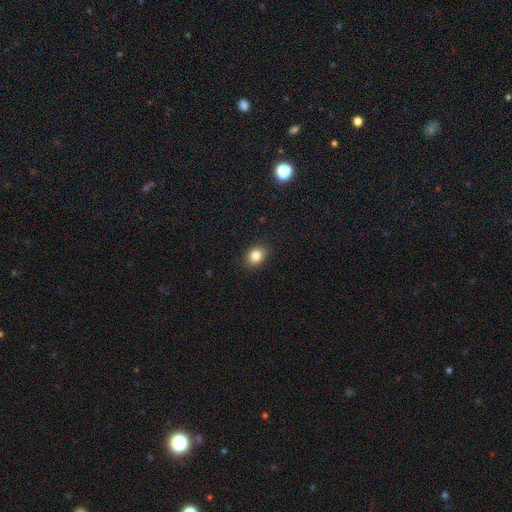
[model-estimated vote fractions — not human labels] Smooth or featured?
  - smooth: 84% *
  - star or artifact: 10%
  - featured or disk: 6%
How rounded?
  - in between: 64% *
  - round: 35%
  - cigar-shaped: 1%
Merging?
  - none: 89% *
  - minor disturbance: 8%
  - major disturbance: 2%
  - merger: 1%